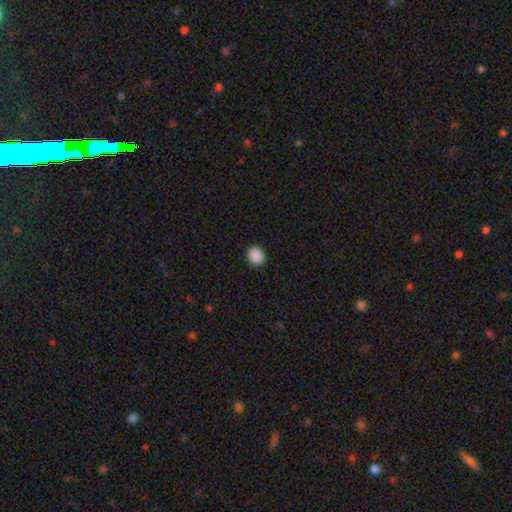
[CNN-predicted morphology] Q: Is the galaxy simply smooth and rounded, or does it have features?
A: smooth — 89%.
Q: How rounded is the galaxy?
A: round — 77%.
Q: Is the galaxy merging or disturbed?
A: none — 90%.